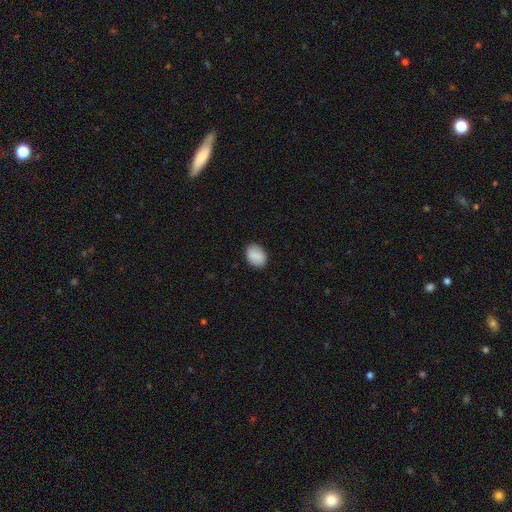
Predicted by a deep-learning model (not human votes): This is clearly a smooth galaxy (87%). How rounded: likely in between (74%). Merging: clearly none (87%).